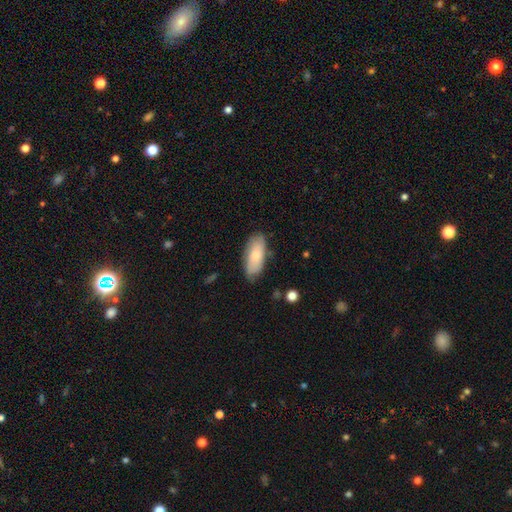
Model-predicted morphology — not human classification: A smooth galaxy with no disk features (72%) that is in between round and cigar-shaped (86%). Merging: none (77%).